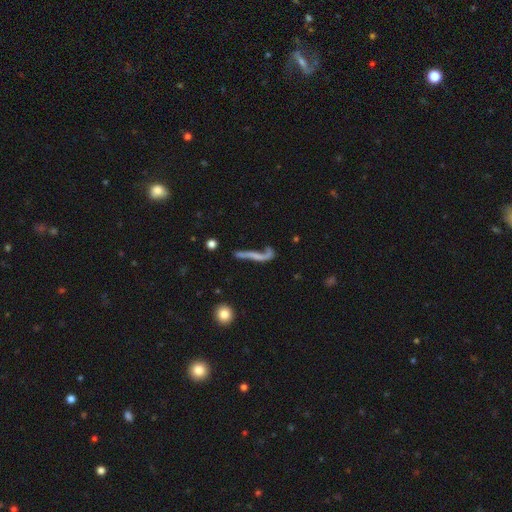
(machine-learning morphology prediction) featured or disk 56%, smooth 33%, star or artifact 11%. Down the decision tree: edge-on disk — no (63%); merging — none (35%).